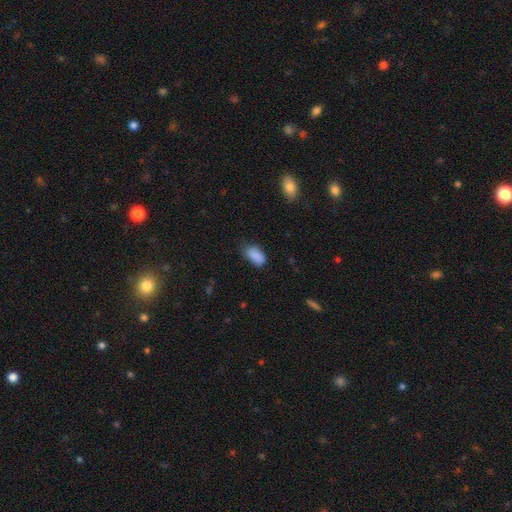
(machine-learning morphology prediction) Overall: smooth (87%). How rounded: in between (92%). Merging: none (61%; minor disturbance 30%).